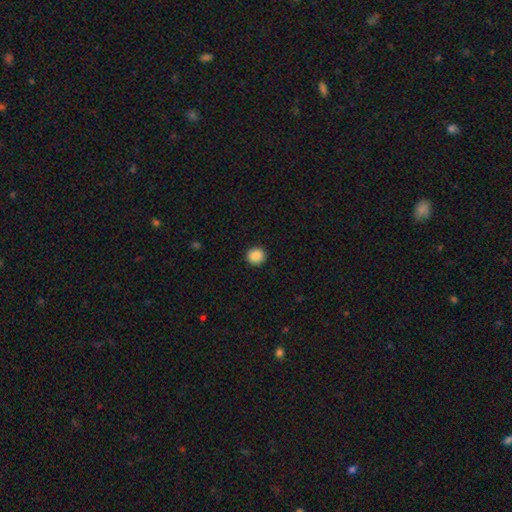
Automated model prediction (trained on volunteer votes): A smooth galaxy with no disk features (88%) that is round (92%). Merging: none (93%).